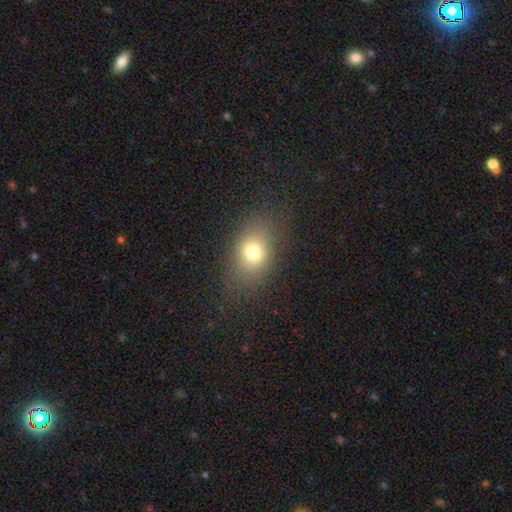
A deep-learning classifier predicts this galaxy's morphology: Smooth or featured: smooth — 75% (star or artifact — 14%)
How rounded: in between — 67% (round — 31%)
Merging: none — 78% (minor disturbance — 13%)